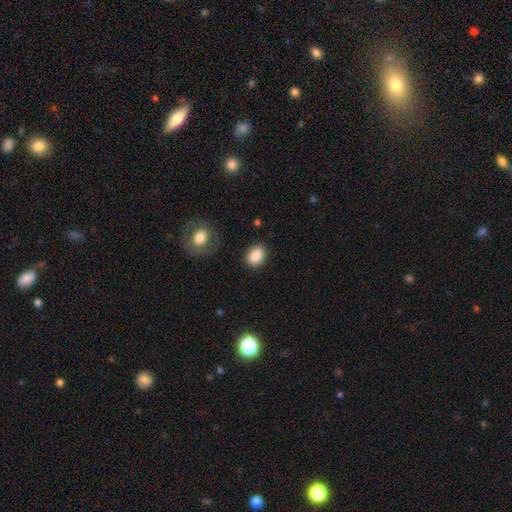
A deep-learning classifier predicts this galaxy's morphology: Smooth or featured? Predicted: smooth (p=0.87). How rounded? Predicted: in between (p=0.68). Merging? Predicted: none (p=0.86).